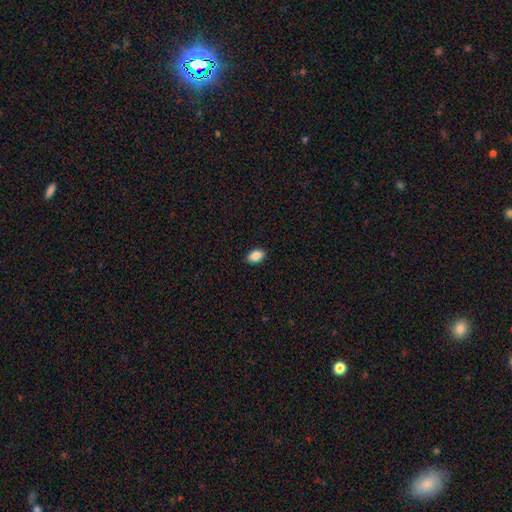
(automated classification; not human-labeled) A smooth galaxy with no disk features (89%) that is in between round and cigar-shaped (89%).

Vote fractions:
- Smooth or featured? smooth: 89% / star or artifact: 8% / featured or disk: 4%
- How rounded? in between: 89% / round: 10% / cigar-shaped: 1%
- Merging? none: 89% / minor disturbance: 9% / major disturbance: 2% / merger: 1%